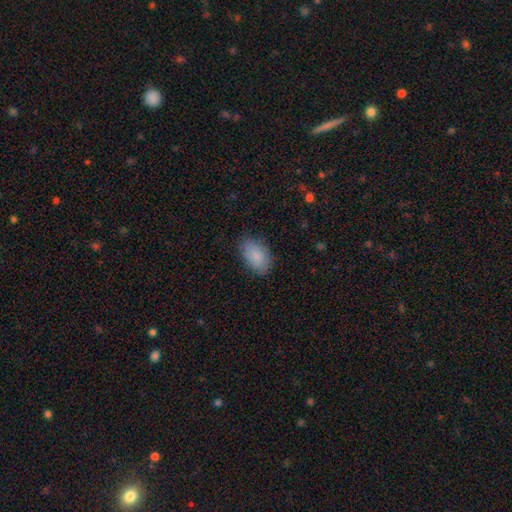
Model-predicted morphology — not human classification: Smooth or featured? Predicted: smooth (p=0.88). How rounded? Predicted: in between (p=0.93). Merging? Predicted: none (p=0.84).